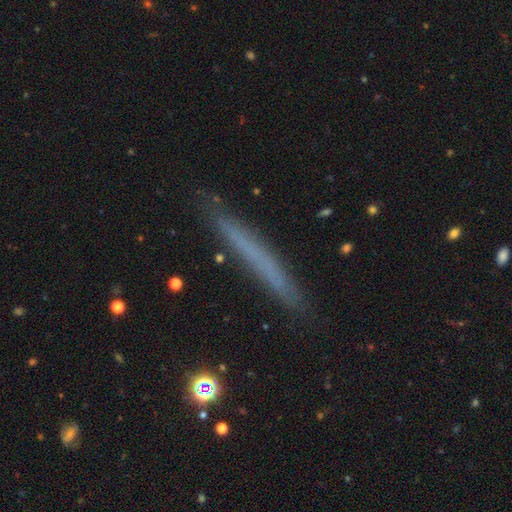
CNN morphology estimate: Smooth or featured?
  - smooth: 52% *
  - featured or disk: 40%
  - star or artifact: 8%
How rounded?
  - cigar-shaped: 96% *
  - in between: 2%
  - round: 1%
Merging?
  - none: 86% *
  - minor disturbance: 10%
  - major disturbance: 2%
  - merger: 1%